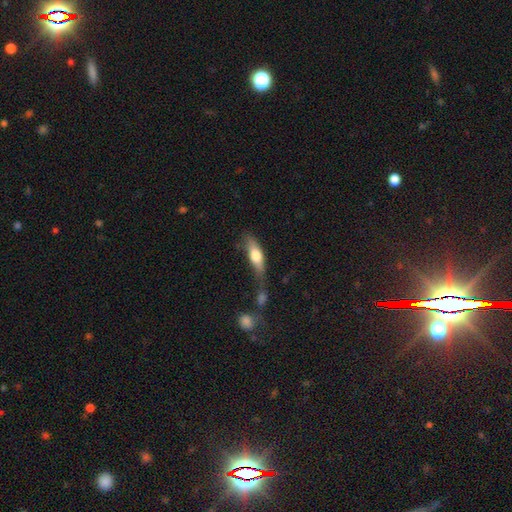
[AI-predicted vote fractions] The model was most divided on "how rounded": in between: 52%, cigar-shaped: 44%, round: 3%. Remaining: smooth or featured — smooth (63%); merging — none (40%).